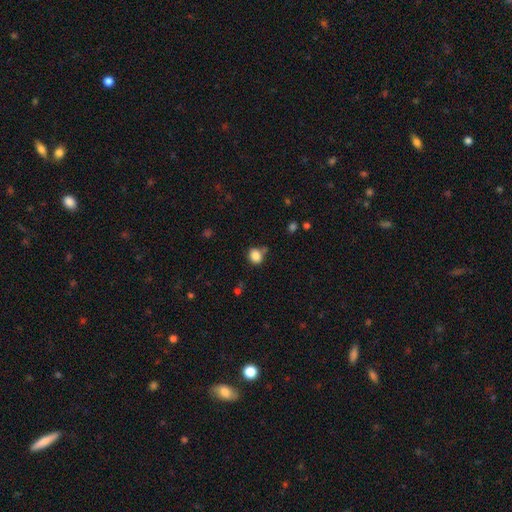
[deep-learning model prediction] This appears to be a smooth galaxy with no disk features (85%) that is round (72%). Merging: none (69%).